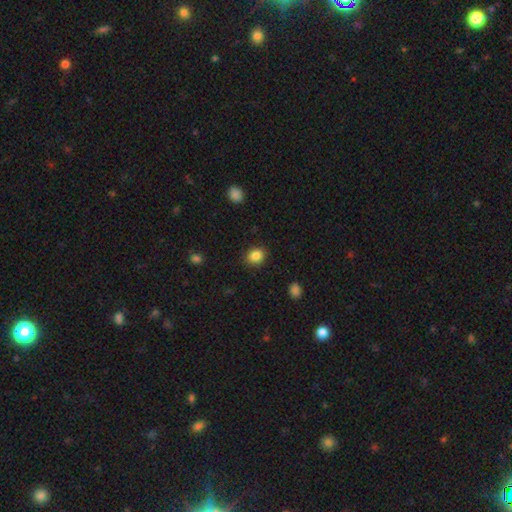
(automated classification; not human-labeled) Smooth or featured: smooth — 86% (star or artifact — 10%)
How rounded: round — 61% (in between — 38%)
Merging: none — 88% (minor disturbance — 8%)